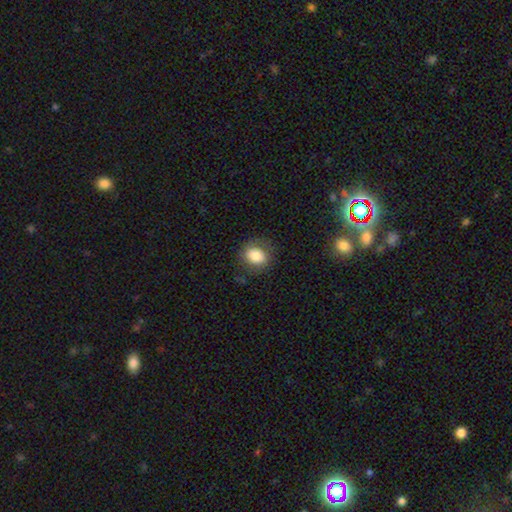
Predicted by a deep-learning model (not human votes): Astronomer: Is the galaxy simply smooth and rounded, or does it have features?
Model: smooth — 81%.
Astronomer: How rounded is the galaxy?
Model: round — 57% (runner-up: in between, 42%).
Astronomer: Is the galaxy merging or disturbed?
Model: none — 77%.